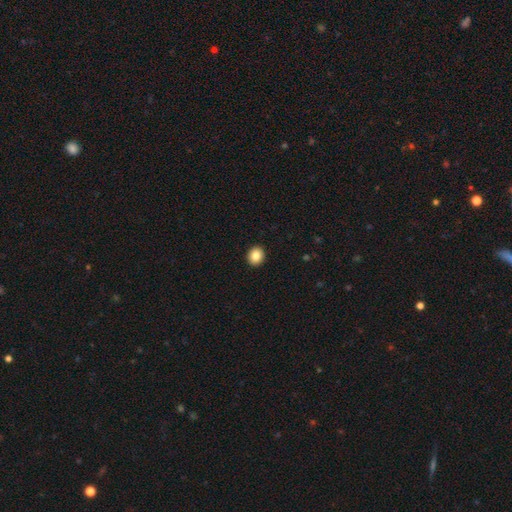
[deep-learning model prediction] Morphology: type=smooth (85%); roundness=round (72%); merging=none (93%).